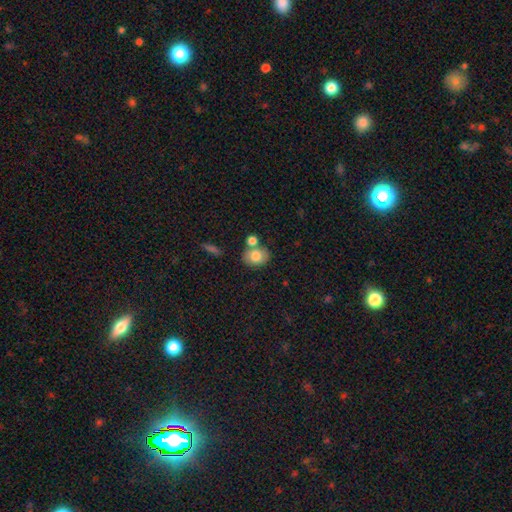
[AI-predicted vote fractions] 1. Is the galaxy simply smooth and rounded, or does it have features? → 78% smooth, 14% featured or disk, 8% star or artifact.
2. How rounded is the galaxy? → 53% in between, 46% round, 1% cigar-shaped.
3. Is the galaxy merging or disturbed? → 58% none, 25% merger, 13% minor disturbance, 4% major disturbance.